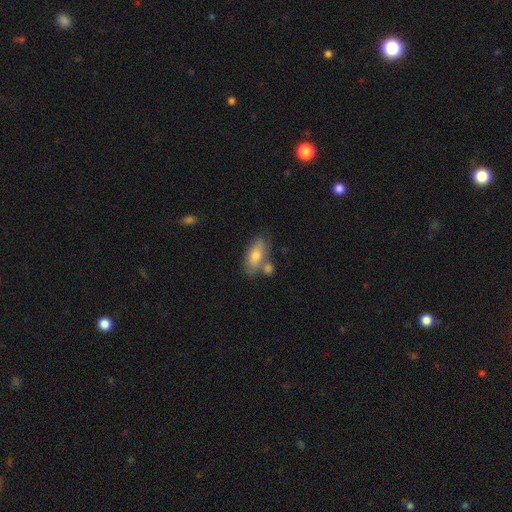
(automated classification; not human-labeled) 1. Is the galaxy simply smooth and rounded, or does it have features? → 75% smooth, 18% featured or disk, 7% star or artifact.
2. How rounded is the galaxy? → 84% in between, 12% cigar-shaped, 4% round.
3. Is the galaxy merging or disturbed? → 59% none, 21% merger, 16% minor disturbance, 4% major disturbance.